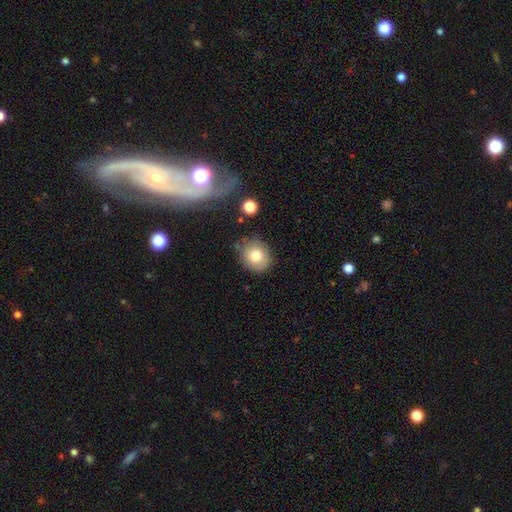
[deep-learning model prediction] A smooth galaxy with no disk features (80%) that is round (75%). Merging: none (78%).